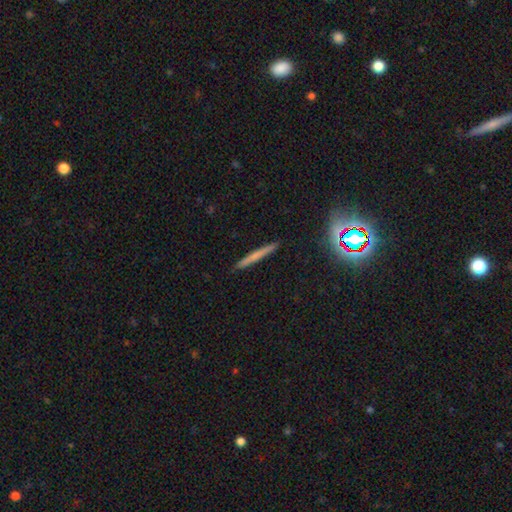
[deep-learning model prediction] Morphology: type=smooth (59%); roundness=cigar-shaped (95%); merging=none (91%).